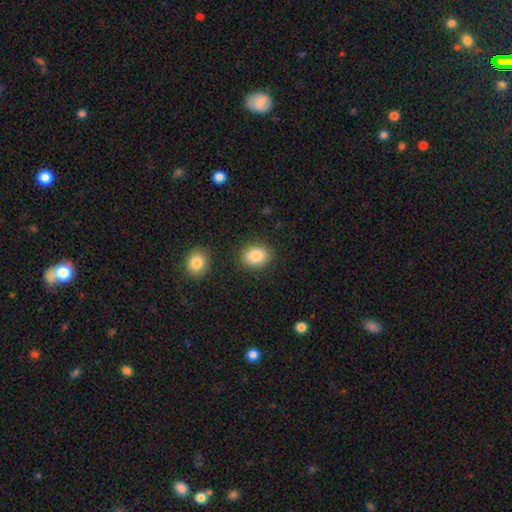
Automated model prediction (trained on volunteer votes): Smooth or featured? smooth (86%)
How rounded? in between (58%)
Merging? none (85%)